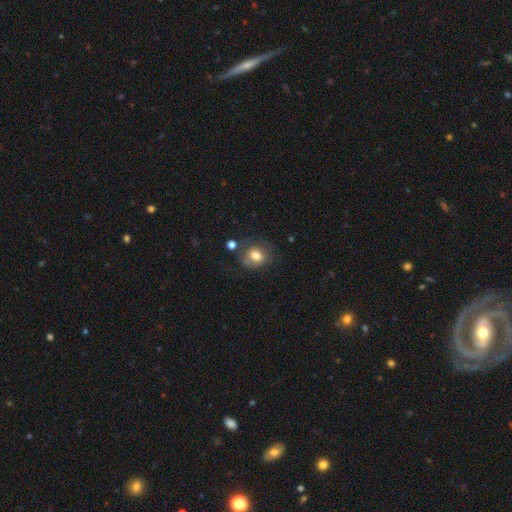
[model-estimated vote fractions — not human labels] Overall: smooth (73%). How rounded: round (69%; in between 31%). Merging: none (59%; minor disturbance 22%).